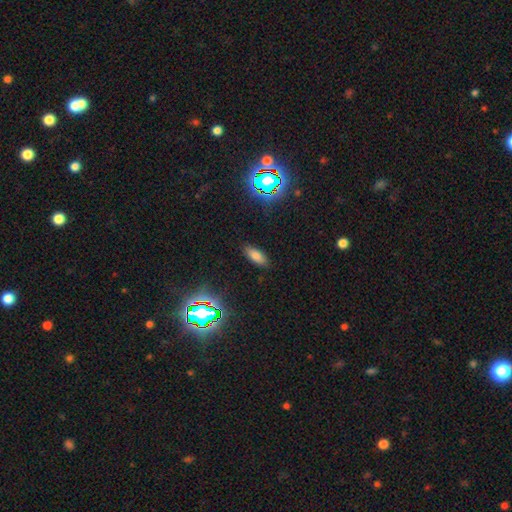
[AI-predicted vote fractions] The model was most divided on "smooth or featured": smooth: 74%, star or artifact: 17%, featured or disk: 9%. More confident: merging — none (87%); how rounded — in between (82%).